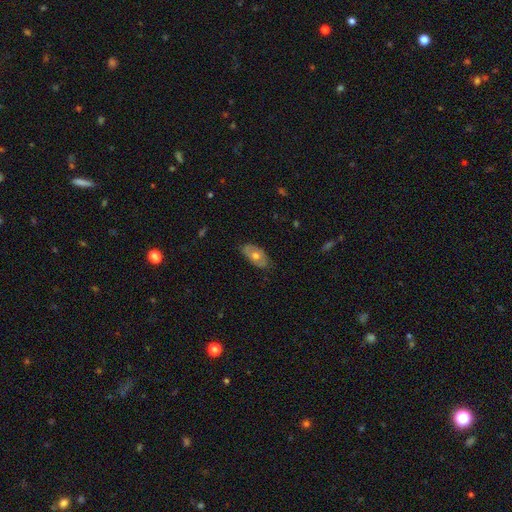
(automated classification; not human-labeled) This appears to be a smooth galaxy with no disk features (52%) that is in between round and cigar-shaped (91%). Merging: none (79%).